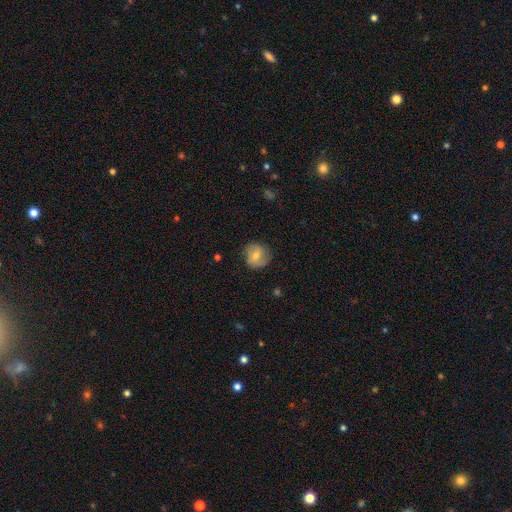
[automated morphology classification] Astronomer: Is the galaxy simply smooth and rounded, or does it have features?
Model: smooth — 55% (runner-up: featured or disk, 37%).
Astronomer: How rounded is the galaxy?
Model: round — 83%.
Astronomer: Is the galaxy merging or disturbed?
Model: none — 75%.